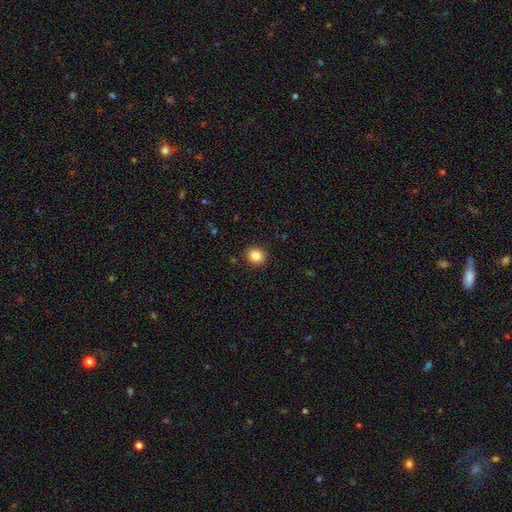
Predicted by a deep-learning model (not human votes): The model was most divided on "how rounded": round: 82%, in between: 17%, cigar-shaped: 1%. More confident: merging — none (91%); smooth or featured — smooth (85%).